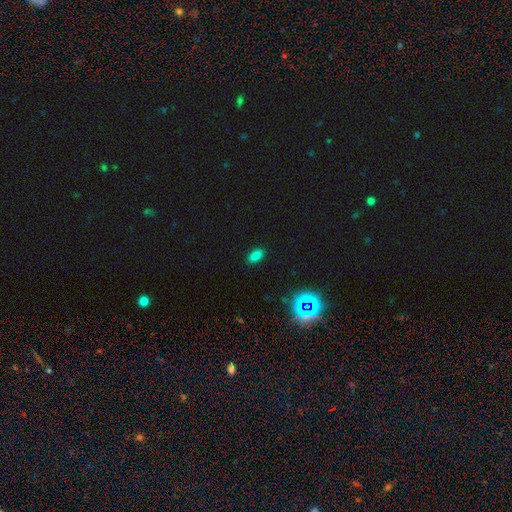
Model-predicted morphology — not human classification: A smooth galaxy with no disk features (78%) that is in between round and cigar-shaped (90%). Merging: none (88%).